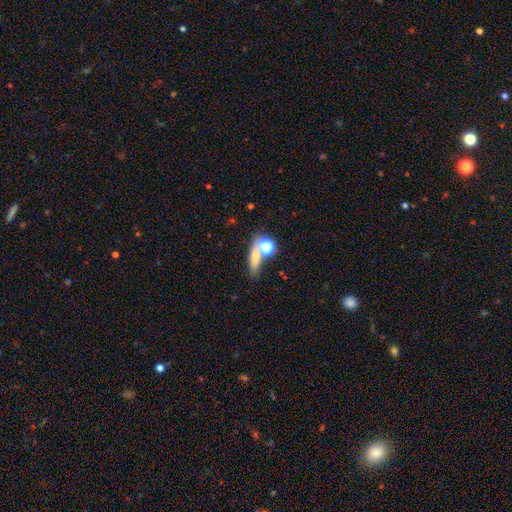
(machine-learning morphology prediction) Overall: smooth (67%). How rounded: cigar-shaped (44%; in between 32%). Merging: none (58%; merger 25%).